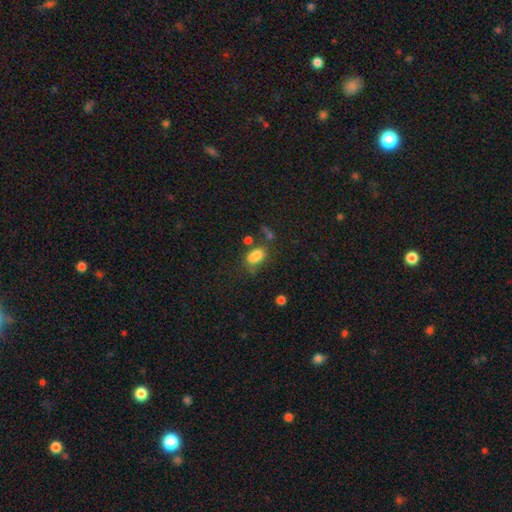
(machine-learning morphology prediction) This is likely a smooth galaxy (79%). How rounded: clearly in between (86%). Merging: possibly none (49%).